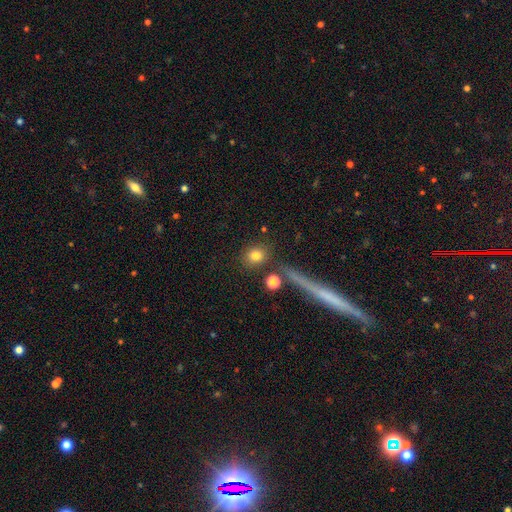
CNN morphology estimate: The model was most divided on "how rounded": round: 75%, in between: 21%, cigar-shaped: 4%. More confident: merging — none (82%); smooth or featured — smooth (79%).